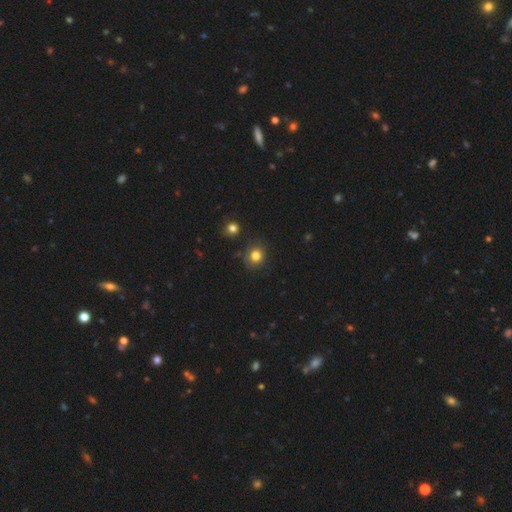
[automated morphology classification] A smooth galaxy with no disk features (81%) that is round (79%).

Vote fractions:
- Smooth or featured? smooth: 81% / star or artifact: 13% / featured or disk: 6%
- How rounded? round: 79% / in between: 20% / cigar-shaped: 1%
- Merging? none: 81% / minor disturbance: 12% / merger: 4% / major disturbance: 3%